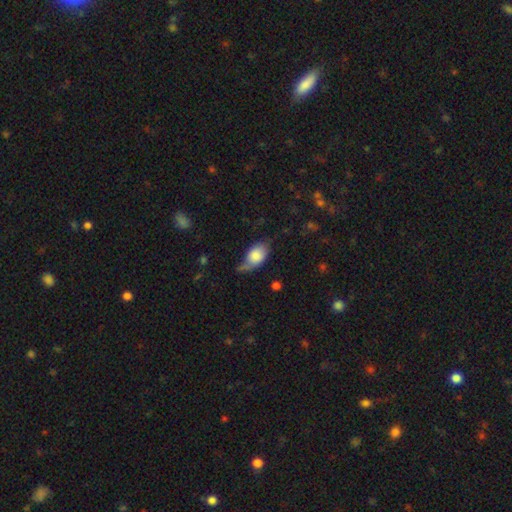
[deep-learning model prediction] Smooth or featured: smooth — 77% (featured or disk — 16%)
How rounded: in between — 88% (round — 10%)
Merging: minor disturbance — 42% (none — 34%)